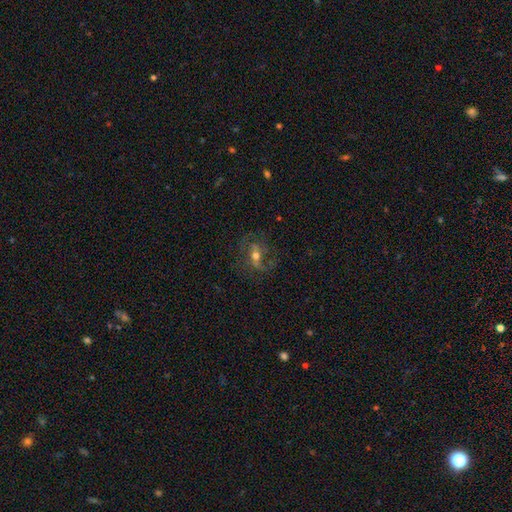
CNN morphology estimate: Smooth or featured?
  - featured or disk: 63% *
  - smooth: 25%
  - star or artifact: 12%
Edge-on disk?
  - no: 91% *
  - yes: 9%
Bar?
  - no: 36% *
  - weak: 35%
  - strong: 28%
Spiral arms?
  - yes: 72% *
  - no: 28%
Bulge size?
  - moderate: 68% *
  - small: 20%
  - large: 9%
  - none: 2%
  - dominant: 1%
Merging?
  - none: 61% *
  - minor disturbance: 18%
  - major disturbance: 18%
  - merger: 2%